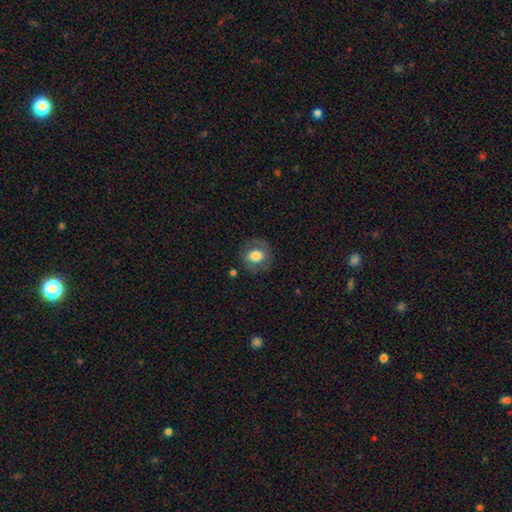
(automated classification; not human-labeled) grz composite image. It shows a smooth galaxy with no disk features (65%) that is round (72%). Merging: none (77%).